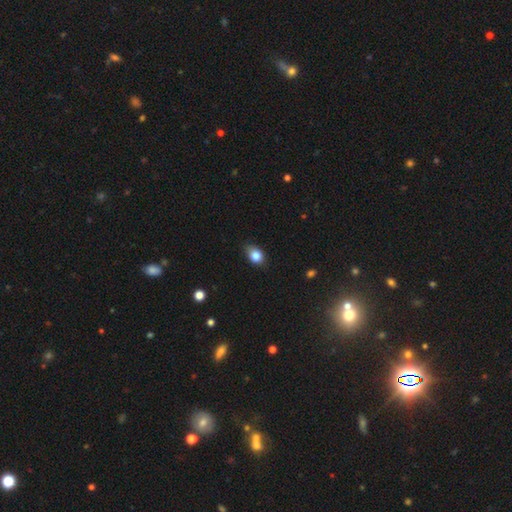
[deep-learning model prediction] Q: Smooth or featured?
A: smooth (85%); runner-up: star or artifact (9%)
Q: How rounded?
A: in between (68%); runner-up: round (31%)
Q: Merging?
A: none (75%); runner-up: minor disturbance (21%)